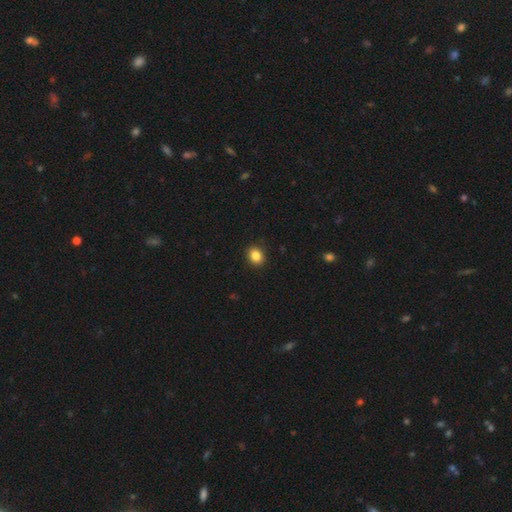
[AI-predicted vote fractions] smooth 86%, star or artifact 10%, featured or disk 4%. Down the decision tree: how rounded — round (63%); merging — none (90%).